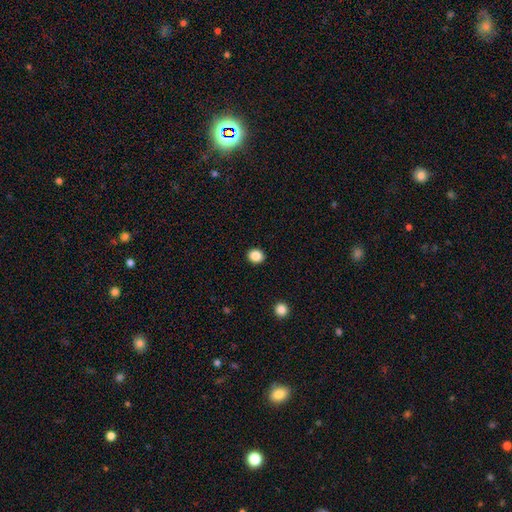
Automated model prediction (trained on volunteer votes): A smooth galaxy with no disk features (87%) that is round (78%).

Vote fractions:
- Smooth or featured? smooth: 87% / star or artifact: 10% / featured or disk: 3%
- How rounded? round: 78% / in between: 21% / cigar-shaped: 1%
- Merging? none: 92% / minor disturbance: 5% / major disturbance: 2% / merger: 1%